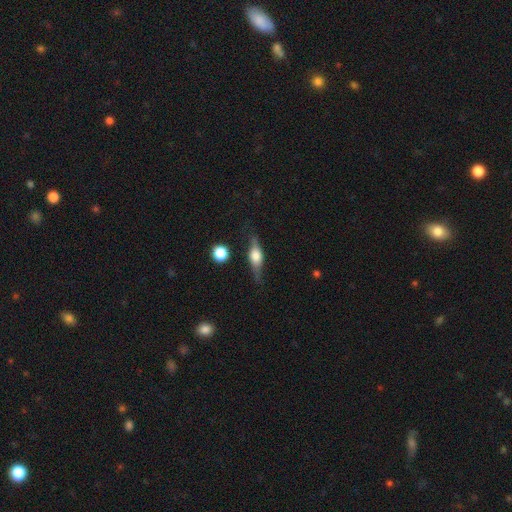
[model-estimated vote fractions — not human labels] Morphology: type=featured or disk (59%); edge-on=yes (91%); edge-on bulge=rounded (87%); merging=none (70%).